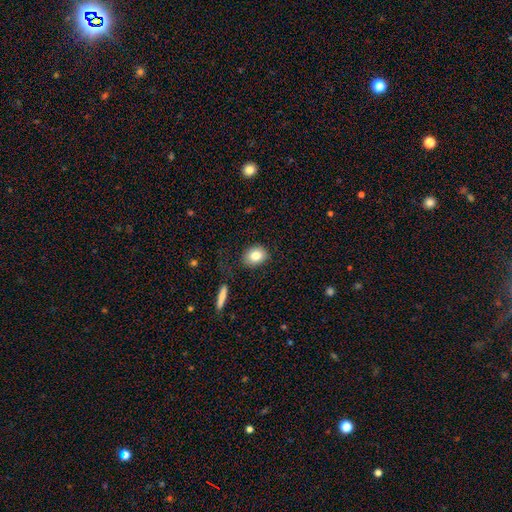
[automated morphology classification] A smooth galaxy with no disk features (82%) that is in between round and cigar-shaped (54%). Merging: none (81%).